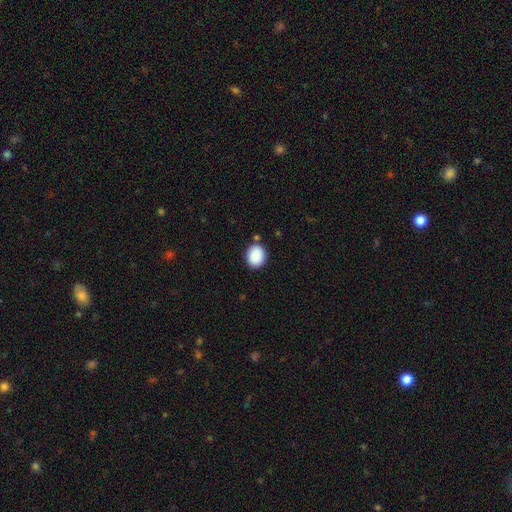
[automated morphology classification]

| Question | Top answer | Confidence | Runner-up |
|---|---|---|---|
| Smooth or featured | smooth | 89% | star or artifact (8%) |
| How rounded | round | 60% | in between (39%) |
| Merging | none | 85% | minor disturbance (9%) |